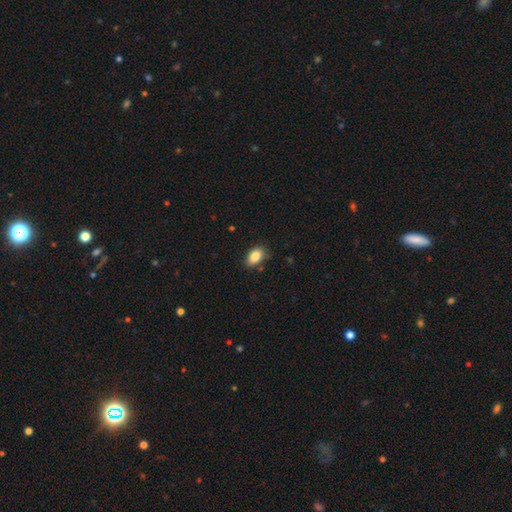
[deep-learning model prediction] smooth-or-featured: smooth: 86% | star or artifact: 8% | featured or disk: 6%
  how-rounded: in between: 88% | round: 11% | cigar-shaped: 1%
  merging: none: 80% | minor disturbance: 15% | major disturbance: 3% | merger: 2%